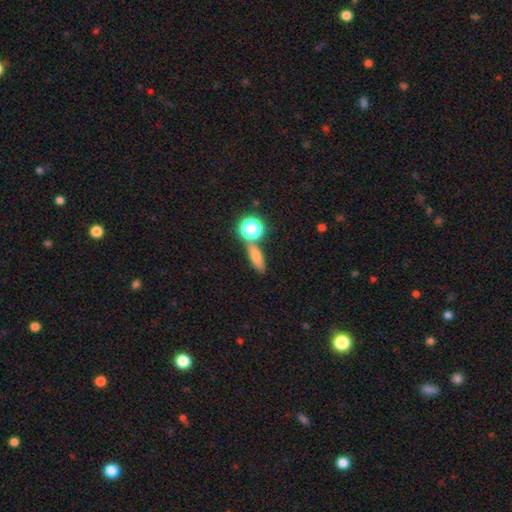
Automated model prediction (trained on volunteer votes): This is likely a smooth galaxy (70%). How rounded: marginally in between (40%). Merging: likely none (69%).